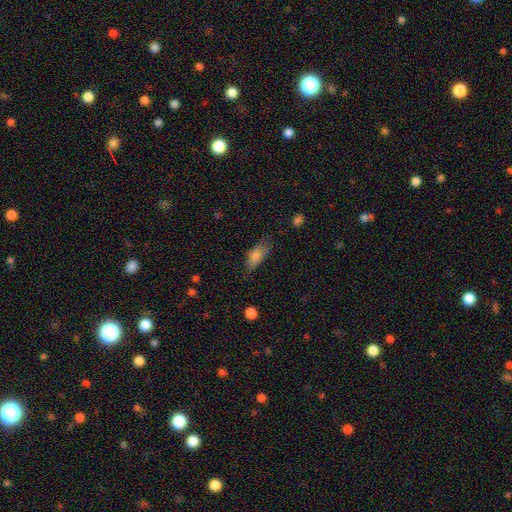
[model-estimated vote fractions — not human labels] Smooth or featured? Predicted: smooth (p=0.77). How rounded? Predicted: in between (p=0.77). Merging? Predicted: none (p=0.59).